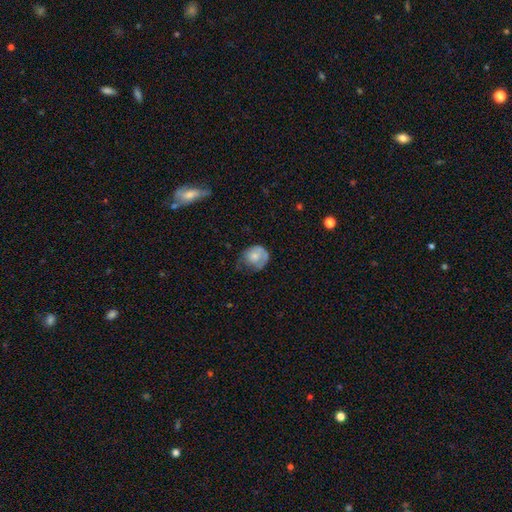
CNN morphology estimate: Smooth or featured?
  - smooth: 63% *
  - featured or disk: 30%
  - star or artifact: 7%
How rounded?
  - round: 73% *
  - in between: 26%
  - cigar-shaped: 1%
Merging?
  - none: 42% *
  - minor disturbance: 35%
  - major disturbance: 21%
  - merger: 3%